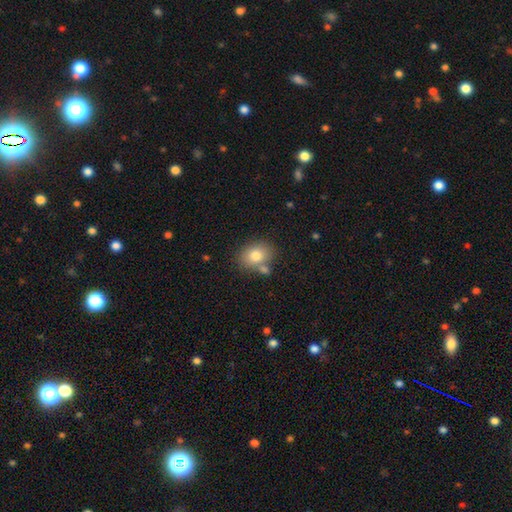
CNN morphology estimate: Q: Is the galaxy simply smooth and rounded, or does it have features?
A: smooth — 78%.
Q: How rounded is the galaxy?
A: in between — 57%.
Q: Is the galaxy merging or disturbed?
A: none — 65%.